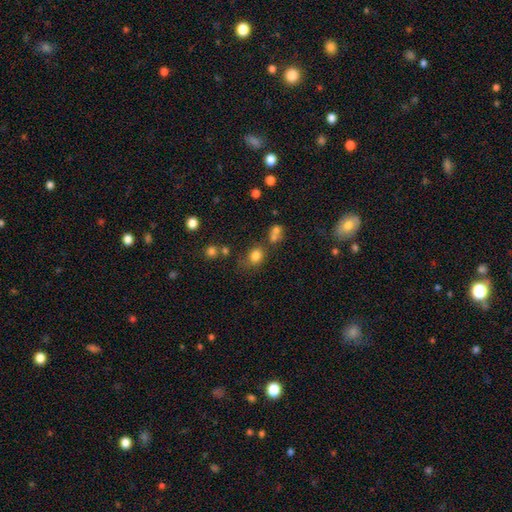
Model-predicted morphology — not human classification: smooth-or-featured: smooth: 79% | star or artifact: 14% | featured or disk: 7%
  how-rounded: round: 59% | in between: 40% | cigar-shaped: 1%
  merging: none: 63% | minor disturbance: 17% | merger: 14% | major disturbance: 7%